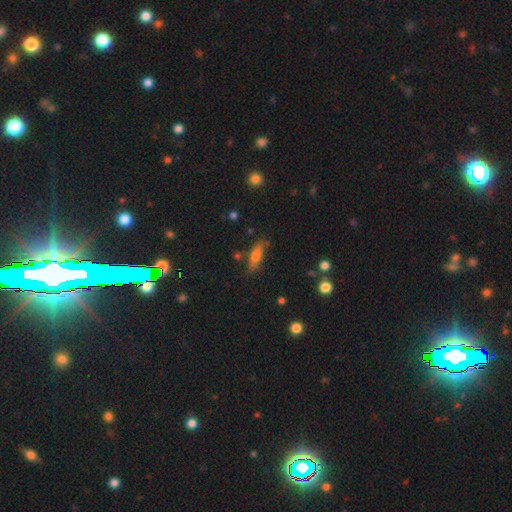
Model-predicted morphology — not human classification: smooth_or_featured: smooth (p=0.57) [alt: featured or disk p=0.33]
how_rounded: cigar-shaped (p=0.59) [alt: in between p=0.38]
merging: none (p=0.79) [alt: minor disturbance p=0.13]